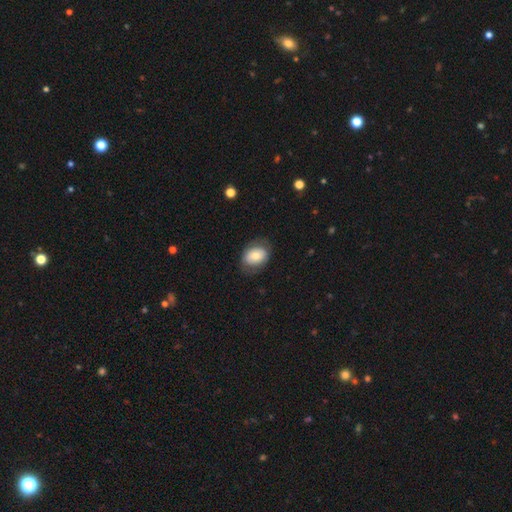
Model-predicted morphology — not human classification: This appears to be a smooth galaxy with no disk features (68%) that is in between round and cigar-shaped (69%). Merging: none (75%).